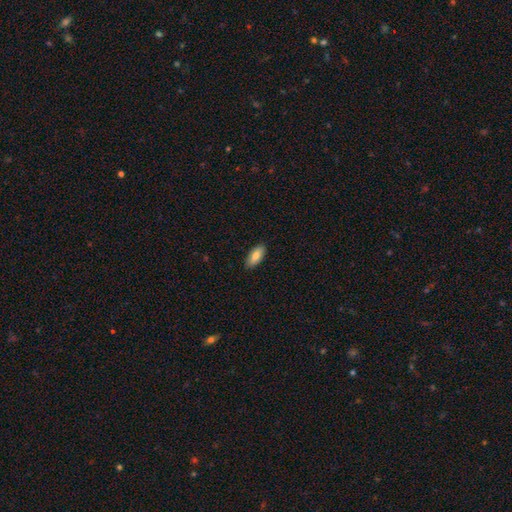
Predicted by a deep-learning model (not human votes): This appears to be a smooth galaxy with no disk features (81%) that is in between round and cigar-shaped (87%). Merging: none (89%).